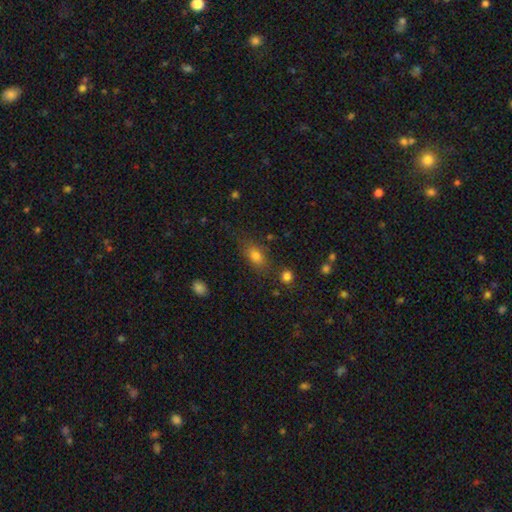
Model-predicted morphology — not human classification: Smooth or featured? Predicted: smooth (p=0.78). How rounded? Predicted: in between (p=0.78). Merging? Predicted: none (p=0.71).